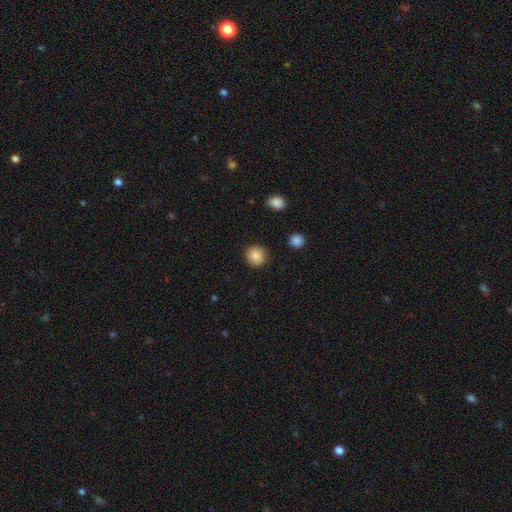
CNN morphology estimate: smooth 85%, star or artifact 9%, featured or disk 6%. Down the decision tree: how rounded — round (87%); merging — none (88%).